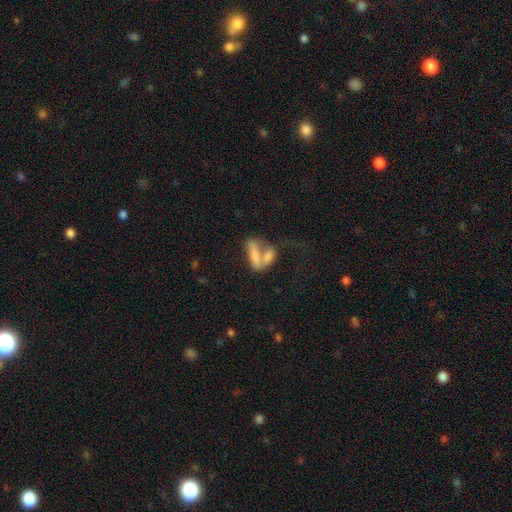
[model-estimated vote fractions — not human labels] The model was most divided on "how rounded": in between: 56%, cigar-shaped: 39%, round: 5%. More confident: merging — merger (67%); smooth or featured — smooth (66%).